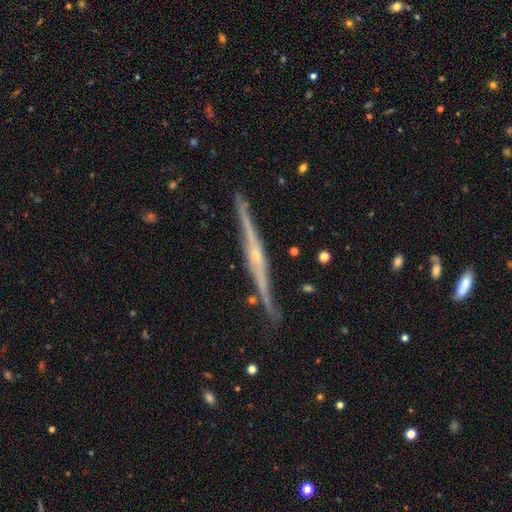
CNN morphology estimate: type=featured or disk (85%); edge-on=yes (98%); edge-on bulge=rounded (72%); merging=none (87%).